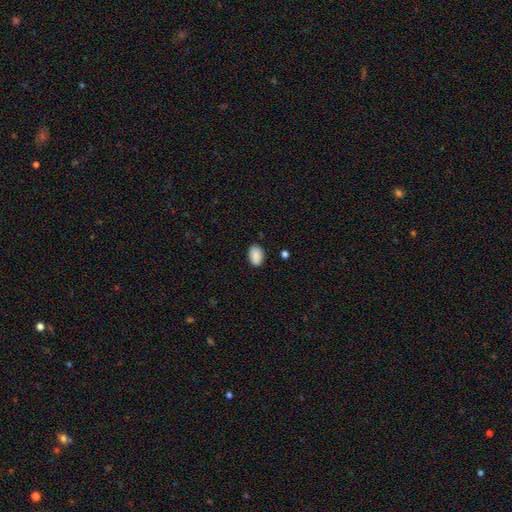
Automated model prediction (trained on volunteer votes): smooth 90%, star or artifact 7%, featured or disk 3%. Down the decision tree: how rounded — in between (88%); merging — none (85%).